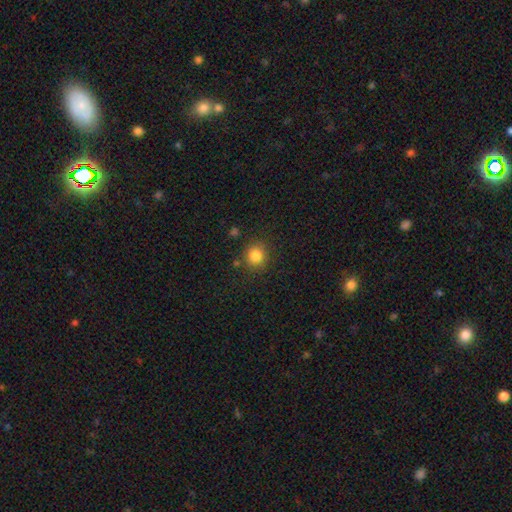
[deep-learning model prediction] smooth_or_featured: smooth (p=0.84) [alt: star or artifact p=0.11]
how_rounded: round (p=0.87) [alt: in between p=0.12]
merging: none (p=0.83) [alt: minor disturbance p=0.10]